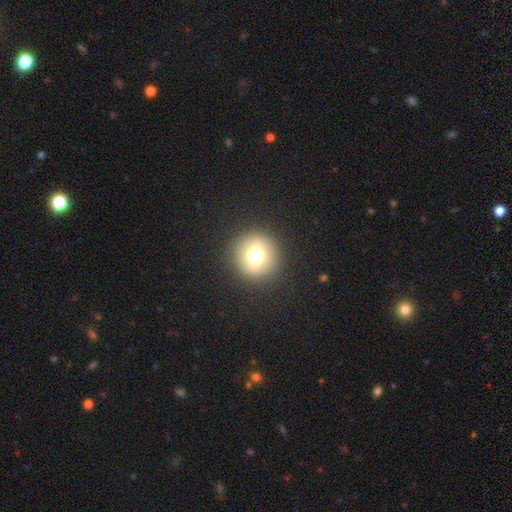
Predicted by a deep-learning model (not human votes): Morphology: type=smooth (68%); roundness=round (94%); merging=none (91%).